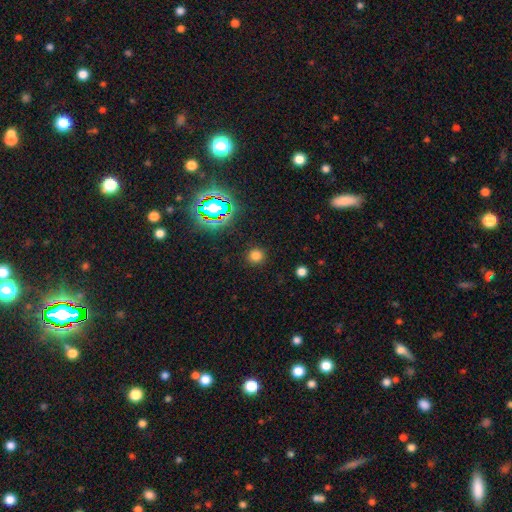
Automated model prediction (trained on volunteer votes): A smooth galaxy with no disk features (74%) that is round (91%).

Vote fractions:
- Smooth or featured? smooth: 74% / star or artifact: 21% / featured or disk: 5%
- How rounded? round: 91% / in between: 7% / cigar-shaped: 1%
- Merging? none: 89% / minor disturbance: 6% / major disturbance: 3% / merger: 1%